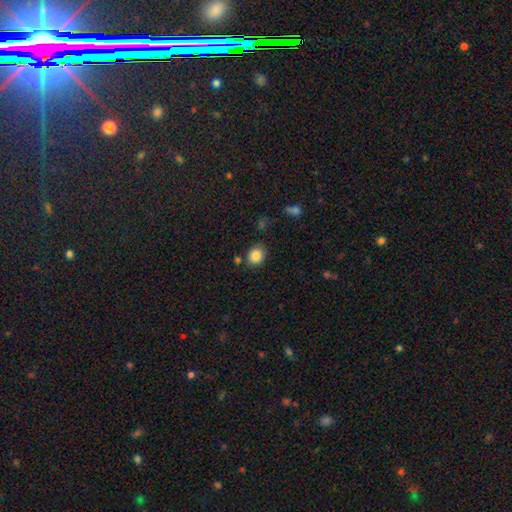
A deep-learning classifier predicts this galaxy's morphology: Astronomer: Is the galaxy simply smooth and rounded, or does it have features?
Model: smooth — 86%.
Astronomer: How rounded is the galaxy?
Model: round — 59% (runner-up: in between, 40%).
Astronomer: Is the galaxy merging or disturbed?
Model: none — 77%.